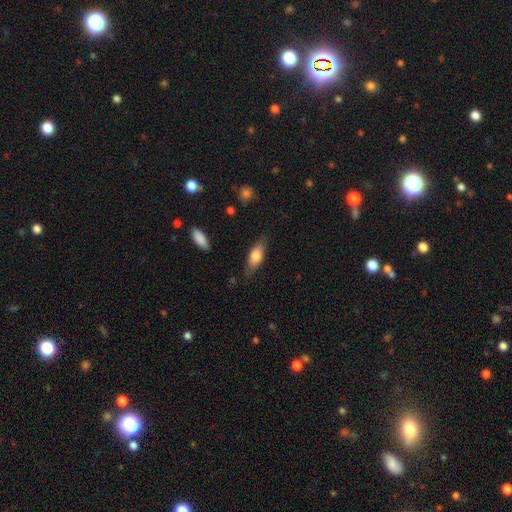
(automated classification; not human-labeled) A smooth galaxy with no disk features (71%) that is in between round and cigar-shaped (73%).

Vote fractions:
- Smooth or featured? smooth: 71% / featured or disk: 23% / star or artifact: 6%
- How rounded? in between: 73% / cigar-shaped: 24% / round: 3%
- Merging? none: 77% / minor disturbance: 18% / major disturbance: 4% / merger: 1%